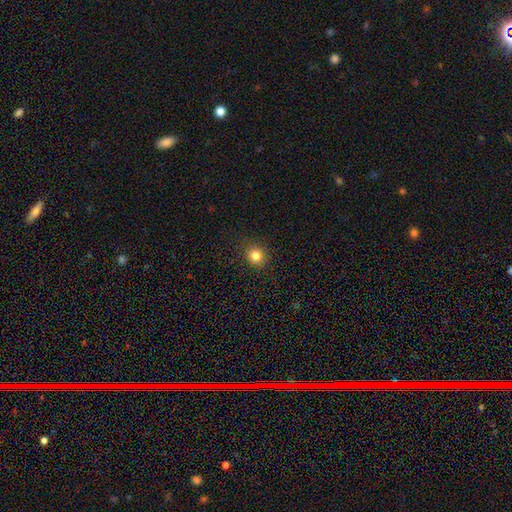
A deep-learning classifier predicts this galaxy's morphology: Overall: smooth (83%). How rounded: round (86%). Merging: none (90%).